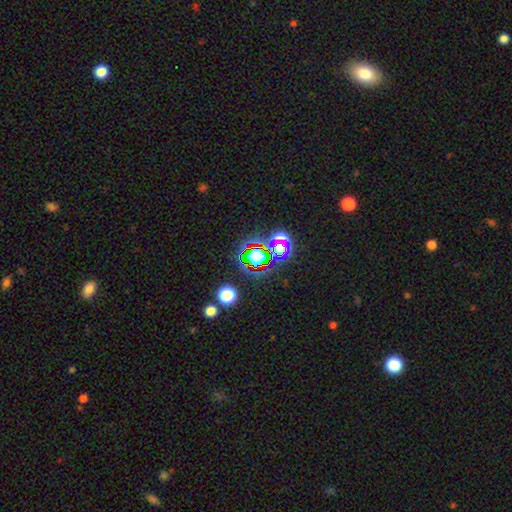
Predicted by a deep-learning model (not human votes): Smooth or featured: star or artifact — 64% (smooth — 22%)